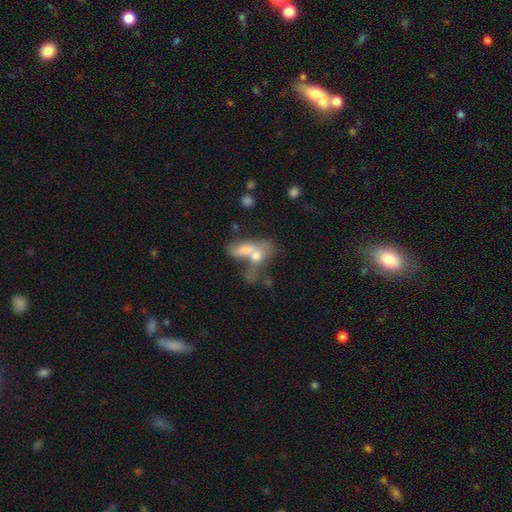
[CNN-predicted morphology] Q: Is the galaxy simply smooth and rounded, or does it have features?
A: smooth — 62%.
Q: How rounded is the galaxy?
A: in between — 74%.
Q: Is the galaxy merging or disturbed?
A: merger — 70%.